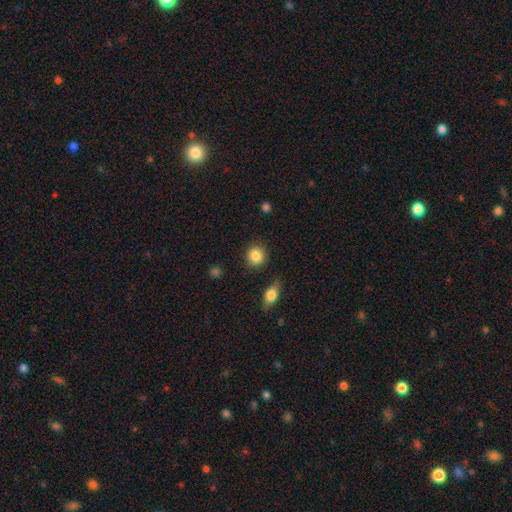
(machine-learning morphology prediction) smooth_or_featured: smooth (p=0.86) [alt: star or artifact p=0.09]
how_rounded: round (p=0.87) [alt: in between p=0.11]
merging: none (p=0.87) [alt: minor disturbance p=0.08]